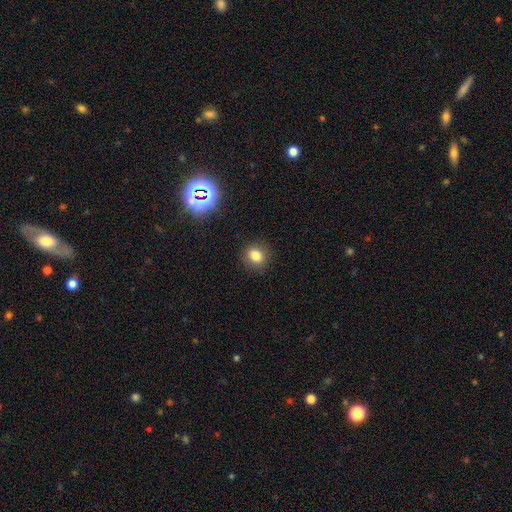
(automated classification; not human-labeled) This appears to be a smooth galaxy with no disk features (80%) that is round (74%). Merging: none (88%).